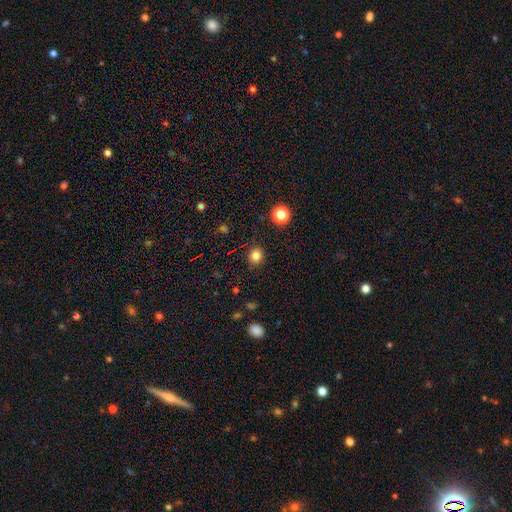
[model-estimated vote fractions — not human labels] The model was most divided on "how rounded": round: 77%, in between: 22%, cigar-shaped: 1%. More confident: merging — none (88%); smooth or featured — smooth (83%).